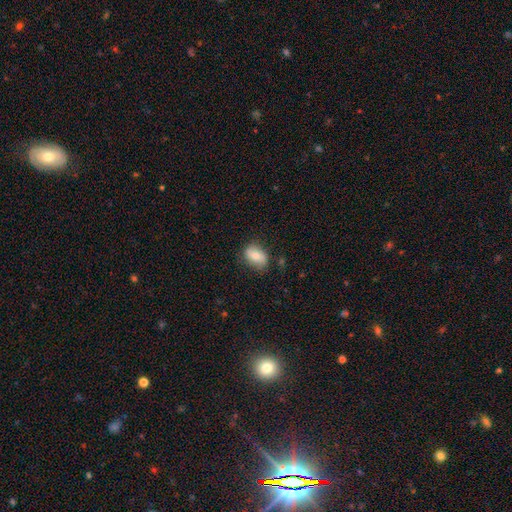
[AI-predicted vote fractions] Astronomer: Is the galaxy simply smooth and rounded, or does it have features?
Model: smooth — 72%.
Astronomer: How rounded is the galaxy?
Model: in between — 82%.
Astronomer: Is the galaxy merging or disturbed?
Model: none — 73%.